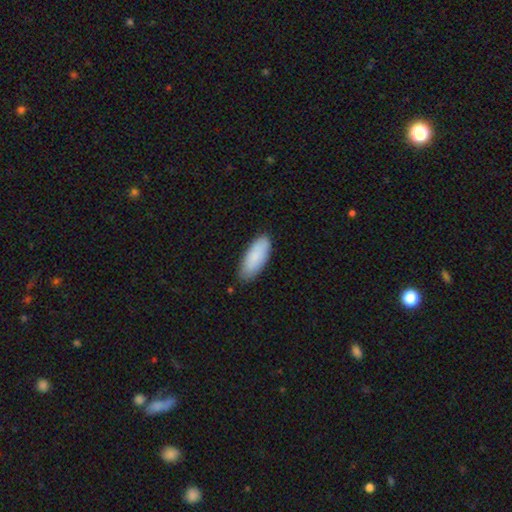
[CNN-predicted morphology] Q: Smooth or featured?
A: smooth (86%); runner-up: featured or disk (8%)
Q: How rounded?
A: in between (80%); runner-up: cigar-shaped (18%)
Q: Merging?
A: none (82%); runner-up: minor disturbance (15%)